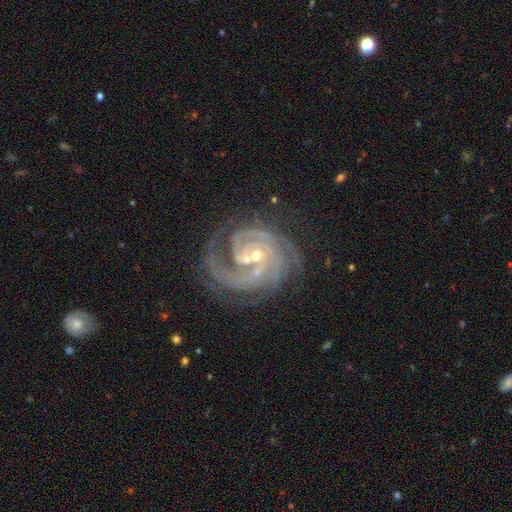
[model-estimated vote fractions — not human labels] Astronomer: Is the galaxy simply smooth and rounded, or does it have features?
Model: featured or disk — 90%.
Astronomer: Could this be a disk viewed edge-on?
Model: no — 98%.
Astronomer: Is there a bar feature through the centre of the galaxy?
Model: no — 56% (runner-up: weak, 32%).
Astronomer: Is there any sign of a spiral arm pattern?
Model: yes — 98%.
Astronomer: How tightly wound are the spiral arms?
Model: tight — 69%.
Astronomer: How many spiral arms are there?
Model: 2 — 31% (runner-up: 3, 29%).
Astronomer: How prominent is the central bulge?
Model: small — 68%.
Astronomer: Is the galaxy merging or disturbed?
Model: none — 49%.